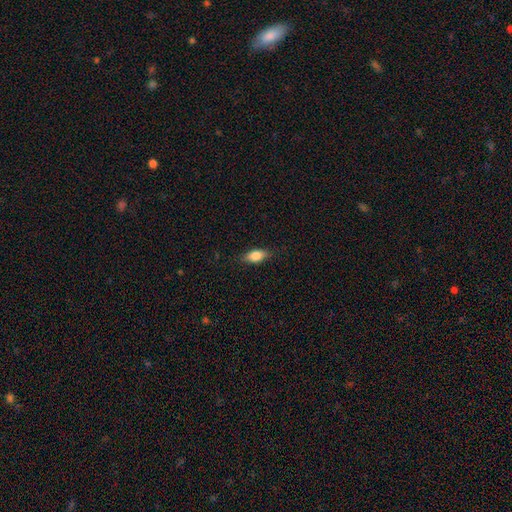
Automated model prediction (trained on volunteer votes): smooth 78%, featured or disk 15%, star or artifact 7%. Down the decision tree: how rounded — in between (80%); merging — none (83%).